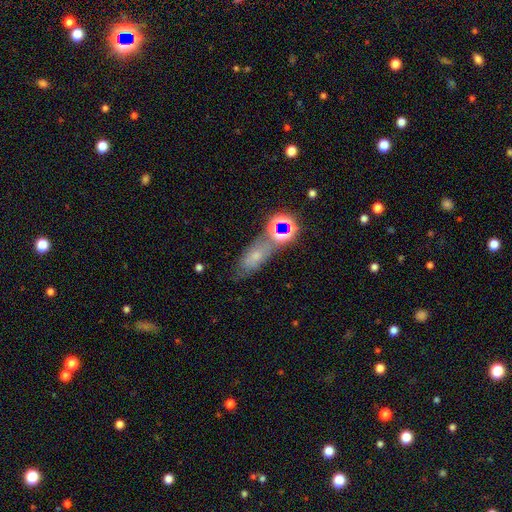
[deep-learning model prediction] smooth_or_featured: smooth (p=0.46) [alt: star or artifact p=0.28]
merging: none (p=0.53) [alt: minor disturbance p=0.20]